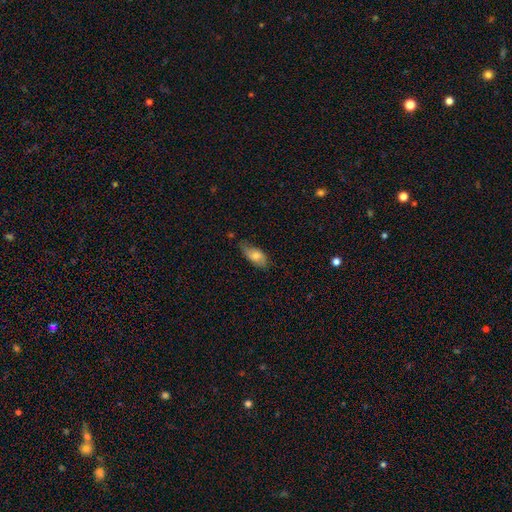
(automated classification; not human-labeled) smooth-or-featured: smooth: 72% | featured or disk: 21% | star or artifact: 7%
  how-rounded: in between: 89% | cigar-shaped: 7% | round: 4%
  merging: none: 59% | minor disturbance: 32% | major disturbance: 7% | merger: 2%